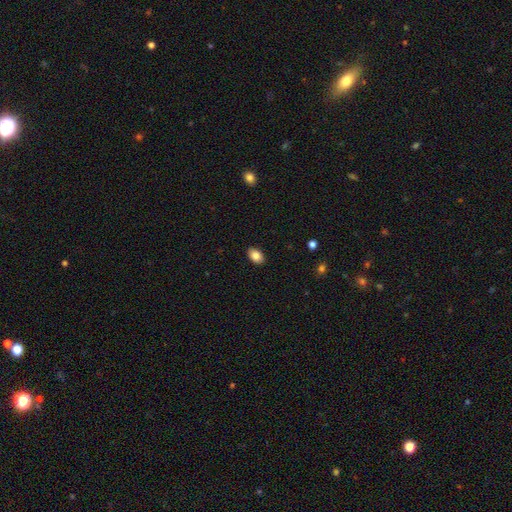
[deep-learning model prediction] Smooth or featured?
  - smooth: 86% *
  - star or artifact: 8%
  - featured or disk: 6%
How rounded?
  - in between: 86% *
  - round: 12%
  - cigar-shaped: 1%
Merging?
  - none: 89% *
  - minor disturbance: 8%
  - major disturbance: 2%
  - merger: 1%